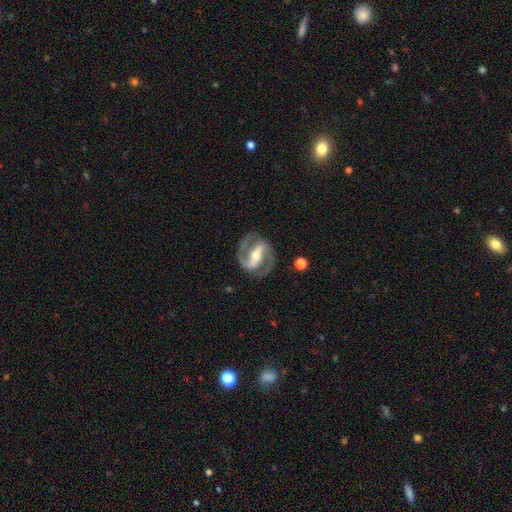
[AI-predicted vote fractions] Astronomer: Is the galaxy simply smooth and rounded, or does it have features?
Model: featured or disk — 91%.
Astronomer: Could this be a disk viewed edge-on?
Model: no — 96%.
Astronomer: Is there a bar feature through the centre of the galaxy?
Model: strong — 69%.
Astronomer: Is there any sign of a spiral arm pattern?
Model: yes — 96%.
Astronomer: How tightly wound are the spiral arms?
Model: medium — 55% (runner-up: tight, 31%).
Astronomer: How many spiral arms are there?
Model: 2 — 93%.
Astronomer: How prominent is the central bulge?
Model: moderate — 60%.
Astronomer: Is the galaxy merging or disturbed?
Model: none — 84%.